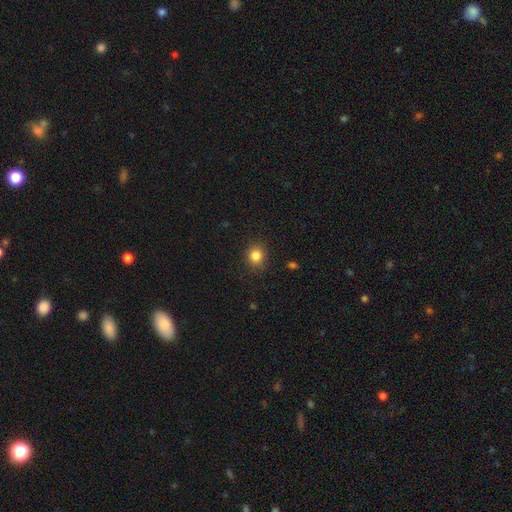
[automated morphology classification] Smooth or featured? Predicted: smooth (p=0.84). How rounded? Predicted: round (p=0.82). Merging? Predicted: none (p=0.86).